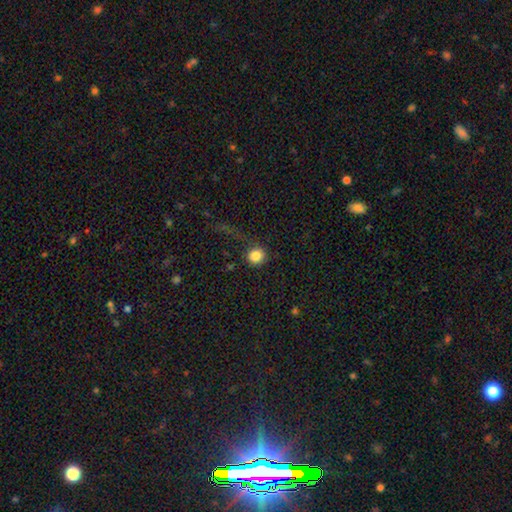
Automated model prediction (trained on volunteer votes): smooth 84%, star or artifact 10%, featured or disk 6%. Down the decision tree: how rounded — round (92%); merging — none (74%).